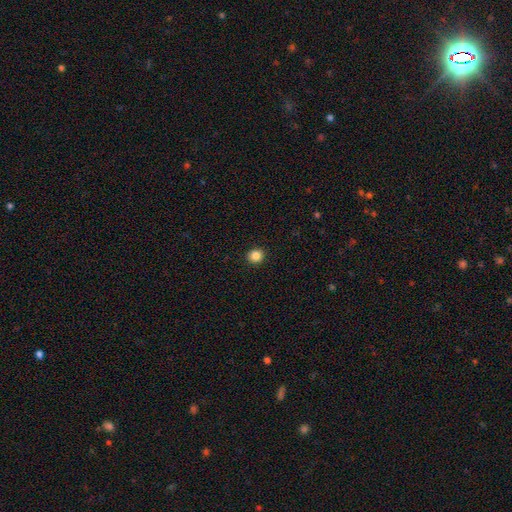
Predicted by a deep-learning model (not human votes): Q: Smooth or featured?
A: smooth (86%); runner-up: star or artifact (11%)
Q: How rounded?
A: round (90%); runner-up: in between (10%)
Q: Merging?
A: none (93%); runner-up: minor disturbance (4%)